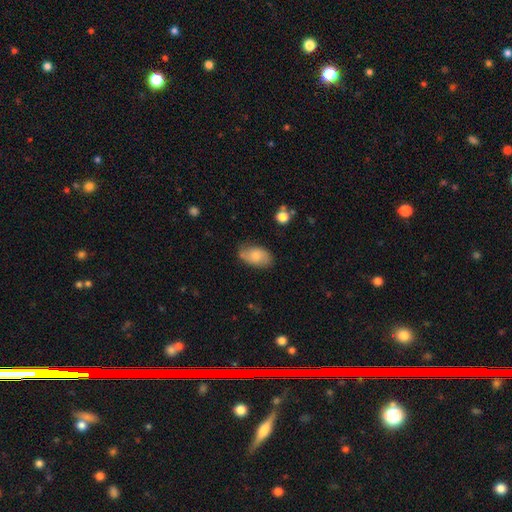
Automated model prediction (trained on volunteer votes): Smooth or featured? Predicted: smooth (p=0.68). How rounded? Predicted: in between (p=0.92). Merging? Predicted: none (p=0.68).